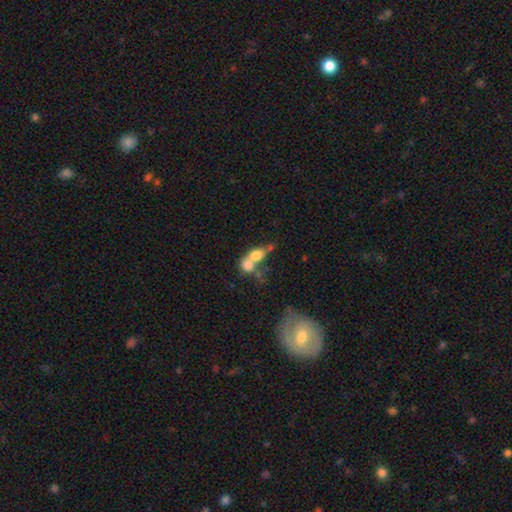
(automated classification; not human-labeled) A smooth galaxy with no disk features (68%) that is in between round and cigar-shaped (56%). Merging: merger (69%).